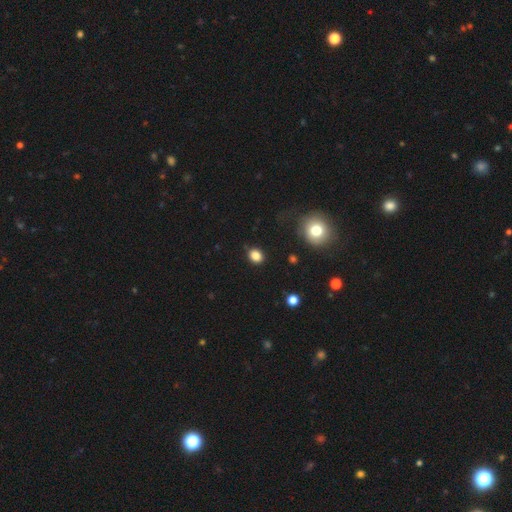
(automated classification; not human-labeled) This is clearly a smooth galaxy (84%). How rounded: possibly round (57%). Merging: clearly none (84%).